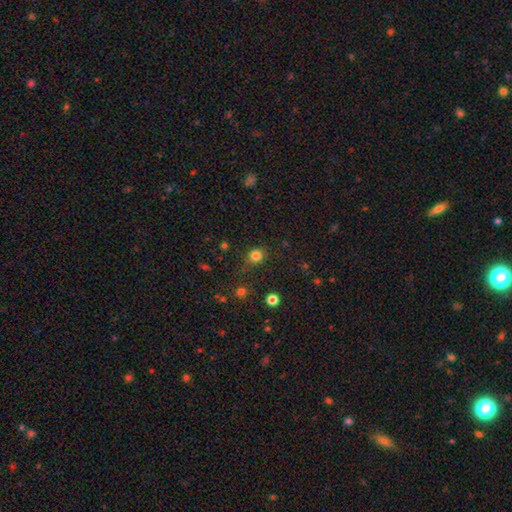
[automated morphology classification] Smooth or featured? smooth (81%)
How rounded? round (87%)
Merging? none (77%)